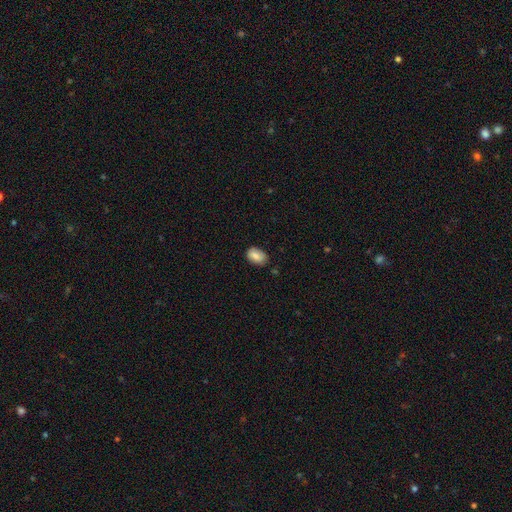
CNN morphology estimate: A smooth galaxy with no disk features (84%) that is in between round and cigar-shaped (89%). Merging: none (75%).